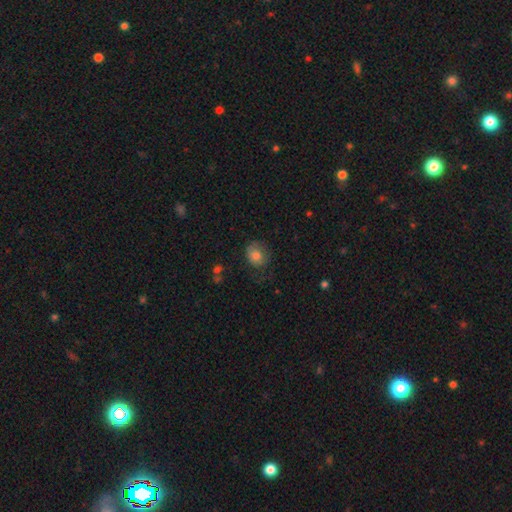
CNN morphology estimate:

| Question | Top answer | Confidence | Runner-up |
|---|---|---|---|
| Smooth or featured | smooth | 78% | featured or disk (14%) |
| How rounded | round | 61% | in between (38%) |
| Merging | none | 54% | minor disturbance (28%) |